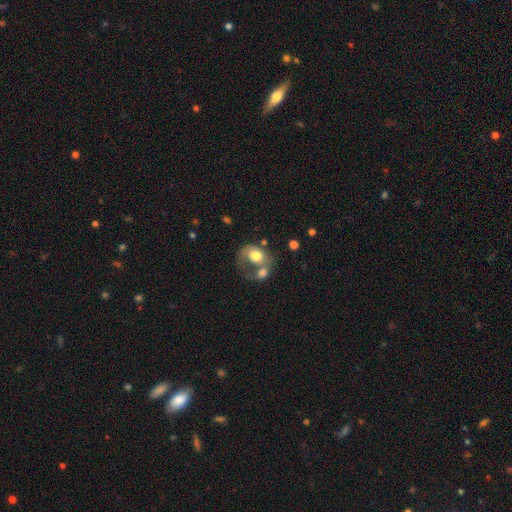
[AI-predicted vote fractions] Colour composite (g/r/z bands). It shows a smooth galaxy with no disk features (61%) that is in between round and cigar-shaped (59%). Merging: merger (56%).